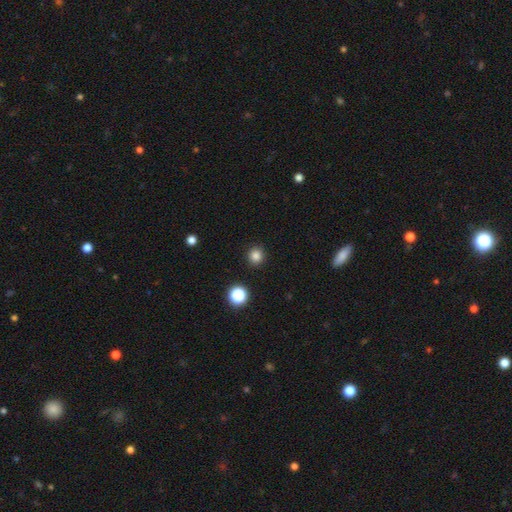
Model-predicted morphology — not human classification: The model was most divided on "smooth or featured": smooth: 83%, star or artifact: 13%, featured or disk: 4%. More confident: how rounded — round (92%); merging — none (92%).